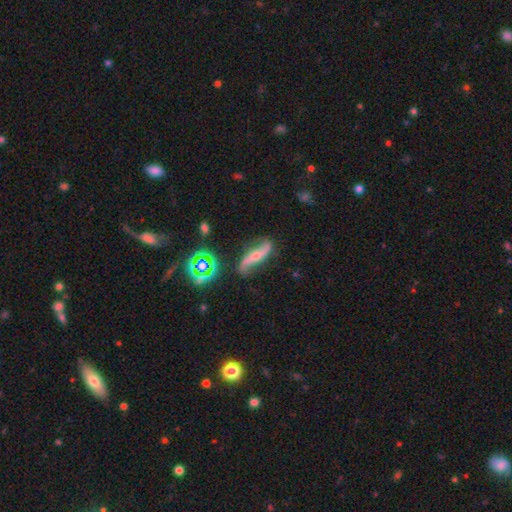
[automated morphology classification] Smooth or featured? featured or disk (73%)
Edge-on disk? no (76%)
Bar? no (40%, tied with strong)
Spiral arms? yes (92%)
Spiral winding? loose (84%)
Spiral arm count? 2 (91%)
Bulge size? small (54%)
Merging? none (72%)